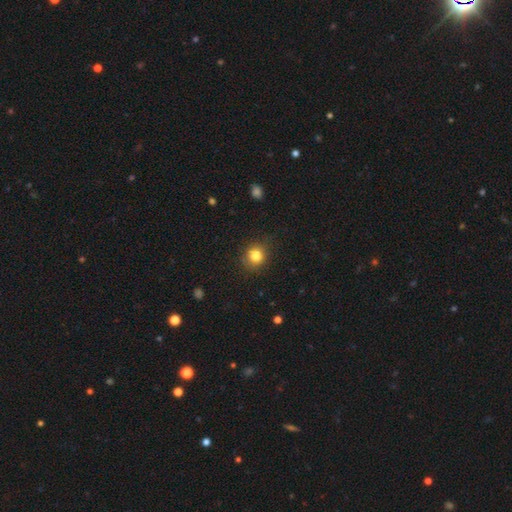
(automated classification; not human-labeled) smooth 82%, star or artifact 12%, featured or disk 6%. Down the decision tree: how rounded — round (84%); merging — none (85%).